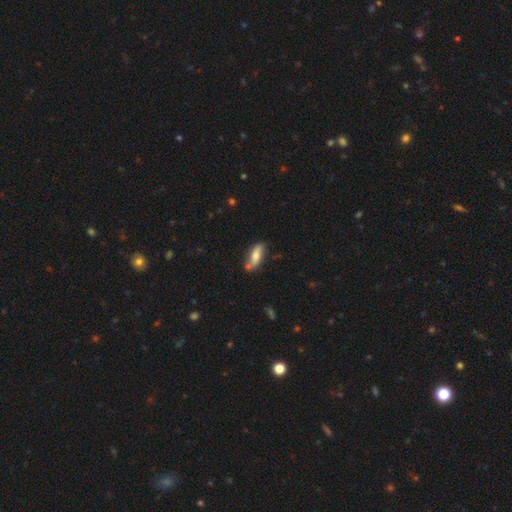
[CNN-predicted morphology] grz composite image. It shows a smooth galaxy with no disk features (59%) that is in between round and cigar-shaped (61%). Merging: none (65%).